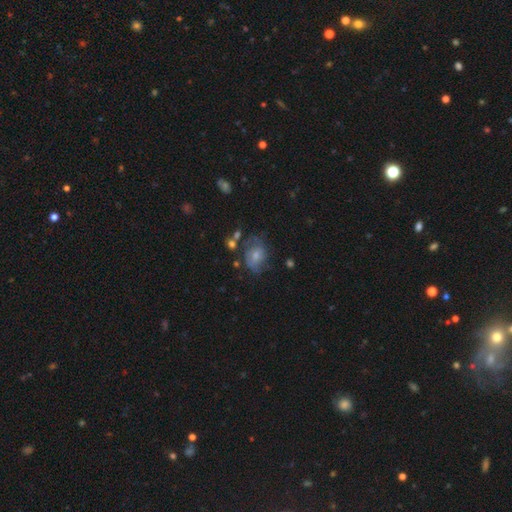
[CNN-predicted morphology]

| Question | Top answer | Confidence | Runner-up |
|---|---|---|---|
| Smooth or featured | smooth | 56% | featured or disk (34%) |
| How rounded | in between | 63% | round (35%) |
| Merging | none | 44% | minor disturbance (28%) |